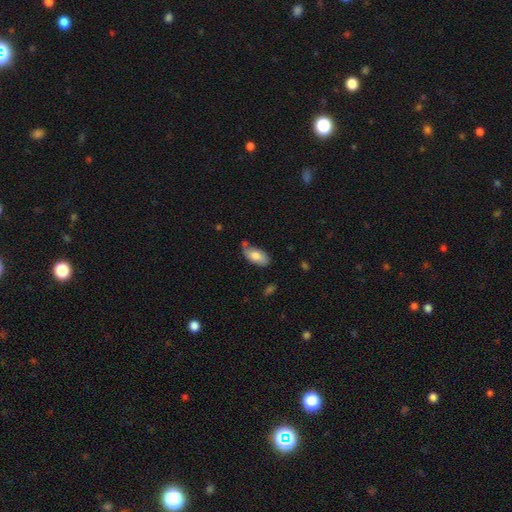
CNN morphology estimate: A smooth galaxy with no disk features (78%) that is in between round and cigar-shaped (93%). Merging: none (59%).